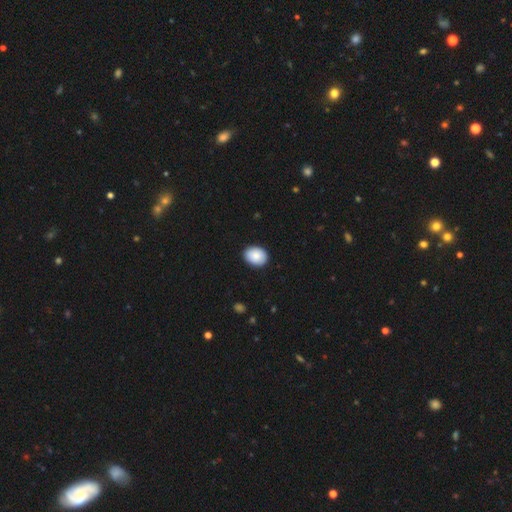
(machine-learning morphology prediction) Overall: smooth (87%). How rounded: in between (63%; round 37%). Merging: none (90%).